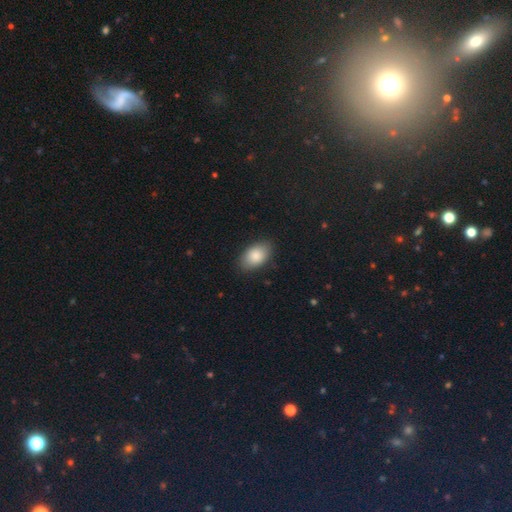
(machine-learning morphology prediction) Smooth or featured? smooth (86%)
How rounded? in between (91%)
Merging? none (85%)